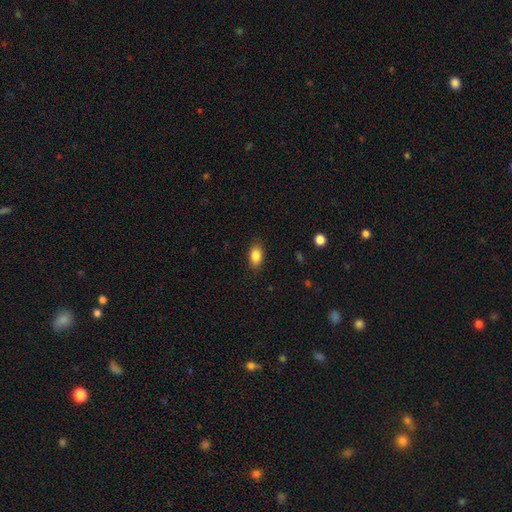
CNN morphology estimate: Overall: smooth (86%). How rounded: in between (87%). Merging: none (86%).